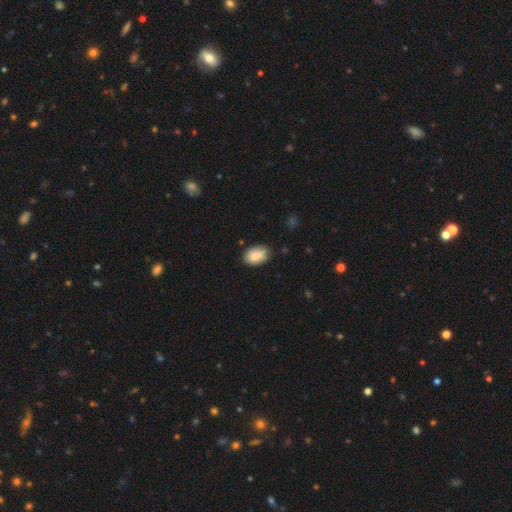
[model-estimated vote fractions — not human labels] smooth 87%, featured or disk 7%, star or artifact 7%. Down the decision tree: how rounded — in between (90%); merging — none (78%).